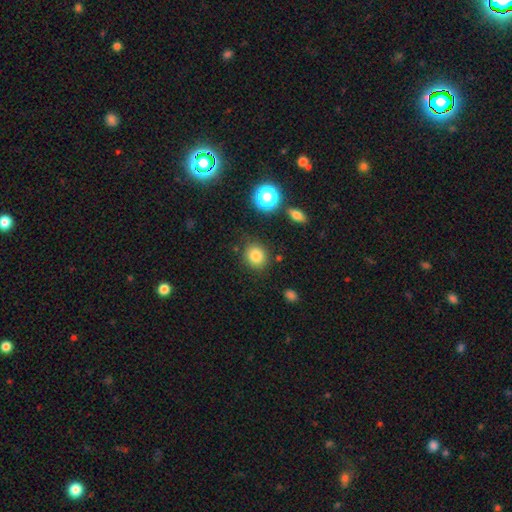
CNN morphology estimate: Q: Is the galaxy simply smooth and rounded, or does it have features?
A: smooth — 82%.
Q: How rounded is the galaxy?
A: round — 75%.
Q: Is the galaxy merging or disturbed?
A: none — 84%.